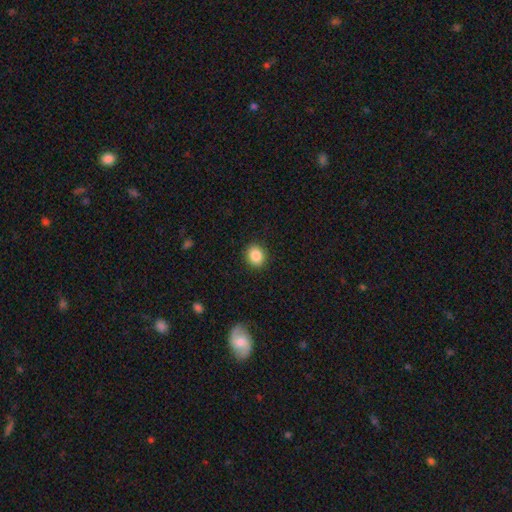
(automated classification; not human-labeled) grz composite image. It shows a smooth galaxy with no disk features (87%) that is round (68%). Merging: none (91%).